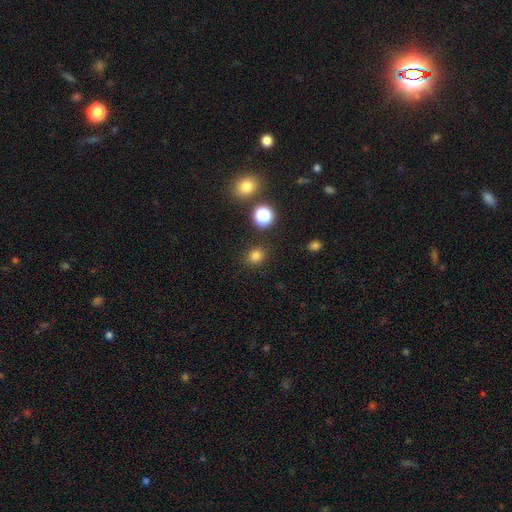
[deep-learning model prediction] smooth 79%, star or artifact 17%, featured or disk 5%. Down the decision tree: how rounded — round (78%); merging — none (87%).